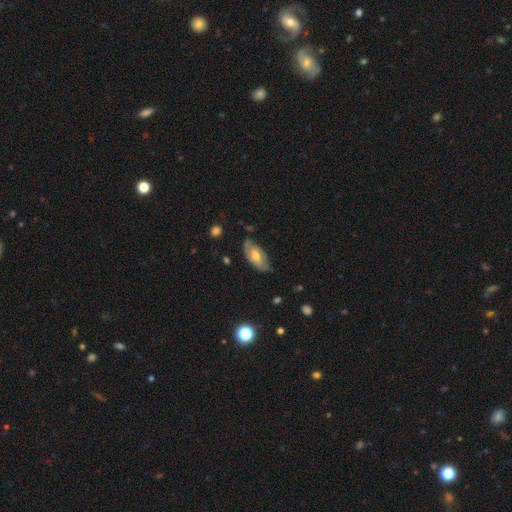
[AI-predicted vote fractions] Smooth or featured: featured or disk — 58% (smooth — 35%)
Edge-on disk: no — 87% (yes — 13%)
Bar: no — 47% (weak — 41%)
Spiral arms: yes — 70% (no — 30%)
Bulge size: moderate — 63% (small — 28%)
Merging: none — 75% (minor disturbance — 19%)